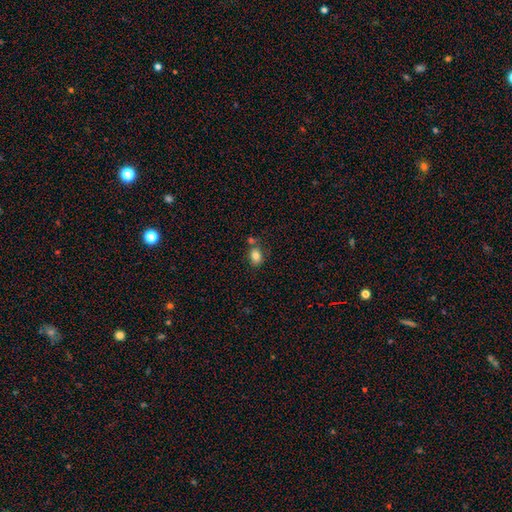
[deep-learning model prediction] This is clearly a smooth galaxy (82%). How rounded: likely in between (67%). Merging: likely none (65%).